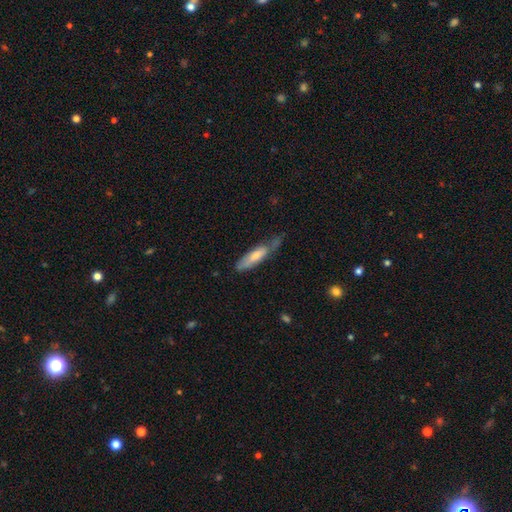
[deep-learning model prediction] smooth 68%, featured or disk 27%, star or artifact 6%. Down the decision tree: how rounded — cigar-shaped (66%); merging — none (48%).